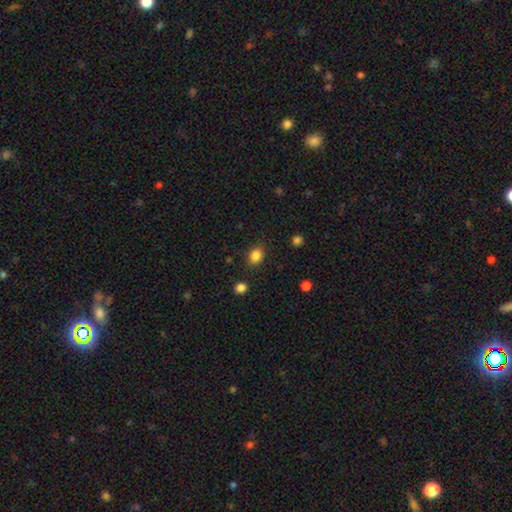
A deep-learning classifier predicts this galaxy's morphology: A smooth galaxy with no disk features (85%) that is in between round and cigar-shaped (54%). Merging: none (83%).